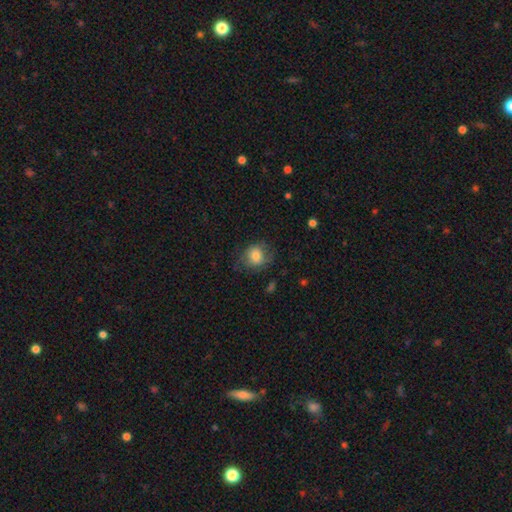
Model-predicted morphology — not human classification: Smooth or featured? smooth (74%)
How rounded? round (69%)
Merging? none (66%)